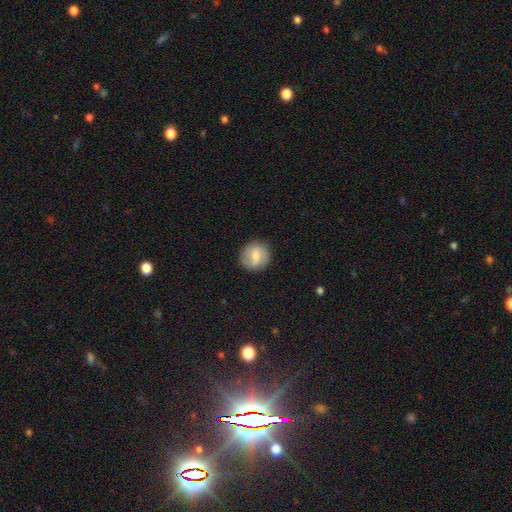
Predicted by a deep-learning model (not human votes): A smooth galaxy with no disk features (64%) that is round (88%).

Vote fractions:
- Smooth or featured? smooth: 64% / featured or disk: 29% / star or artifact: 7%
- How rounded? round: 88% / in between: 11% / cigar-shaped: 1%
- Merging? none: 87% / minor disturbance: 9% / major disturbance: 3% / merger: 1%